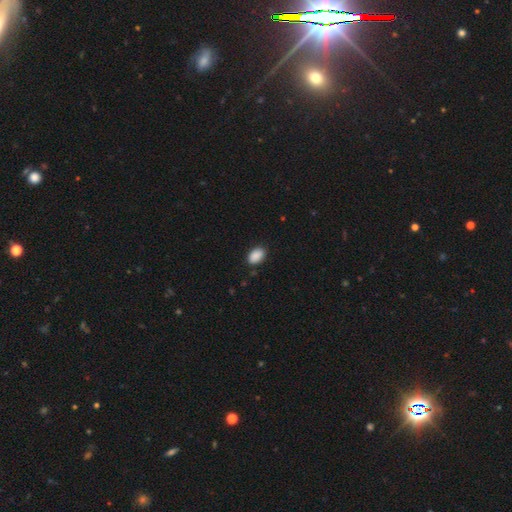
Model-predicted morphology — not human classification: This is clearly a smooth galaxy (90%). How rounded: clearly in between (90%). Merging: clearly none (86%).